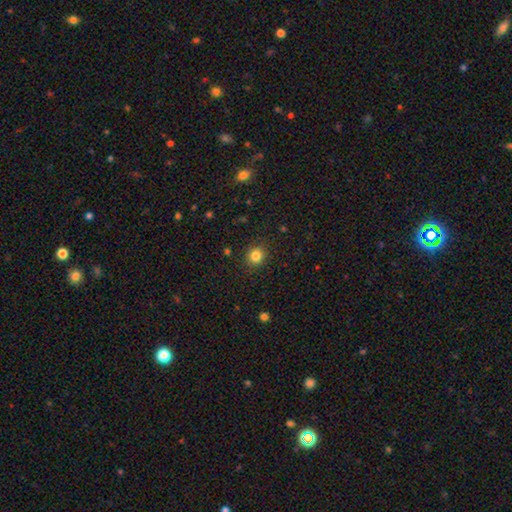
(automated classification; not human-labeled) smooth 83%, star or artifact 12%, featured or disk 5%. Down the decision tree: how rounded — round (86%); merging — none (89%).